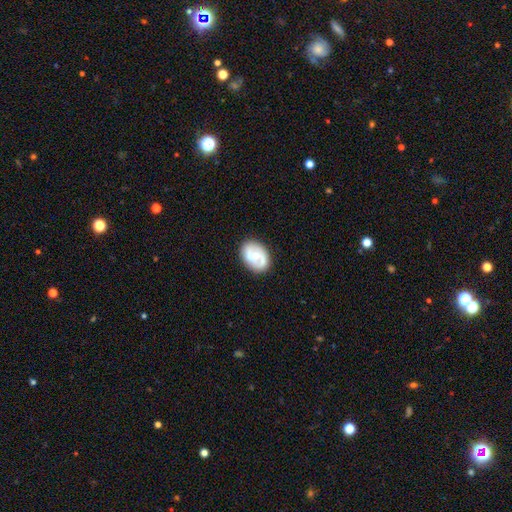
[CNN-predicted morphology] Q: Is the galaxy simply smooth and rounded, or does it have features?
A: featured or disk — 58%.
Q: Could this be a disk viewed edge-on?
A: no — 96%.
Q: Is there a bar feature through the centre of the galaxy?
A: no — 64%.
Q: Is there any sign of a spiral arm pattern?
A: no — 51%.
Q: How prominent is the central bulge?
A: moderate — 58%.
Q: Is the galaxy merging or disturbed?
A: none — 77%.